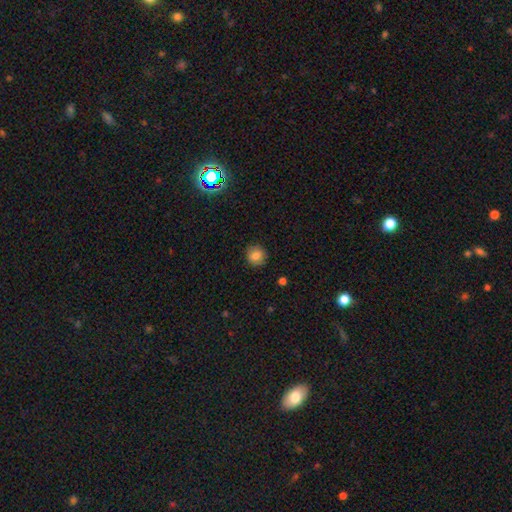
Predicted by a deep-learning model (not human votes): smooth_or_featured: smooth (p=0.82) [alt: star or artifact p=0.11]
how_rounded: round (p=0.92) [alt: in between p=0.07]
merging: none (p=0.89) [alt: minor disturbance p=0.08]